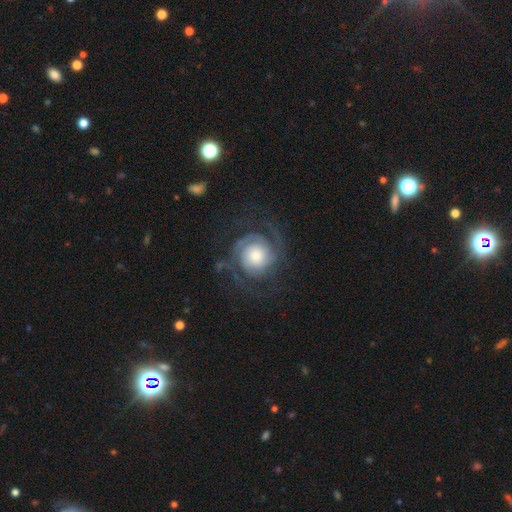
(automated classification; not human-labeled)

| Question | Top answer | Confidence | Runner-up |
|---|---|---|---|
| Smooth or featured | featured or disk | 79% | smooth (14%) |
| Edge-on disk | no | 98% | yes (2%) |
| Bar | no | 78% | weak (18%) |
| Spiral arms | yes | 96% | no (4%) |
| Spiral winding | tight | 46% | medium (38%) |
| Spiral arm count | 2 | 55% | 3 (15%) |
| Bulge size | large | 41% | moderate (30%) |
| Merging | none | 67% | major disturbance (17%) |